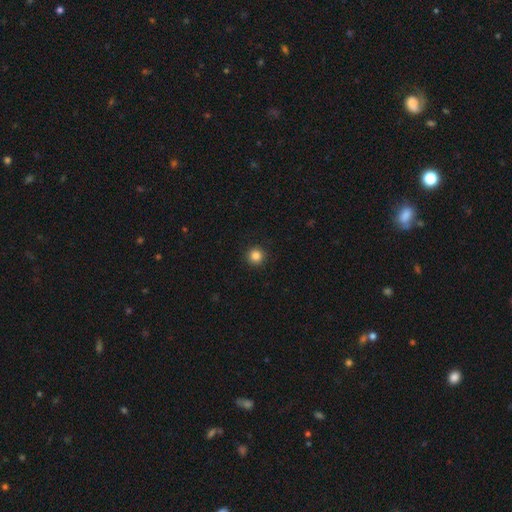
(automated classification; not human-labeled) Smooth or featured?
  - smooth: 85% *
  - star or artifact: 11%
  - featured or disk: 3%
How rounded?
  - round: 96% *
  - in between: 3%
  - cigar-shaped: 1%
Merging?
  - none: 92% *
  - minor disturbance: 5%
  - major disturbance: 2%
  - merger: 1%